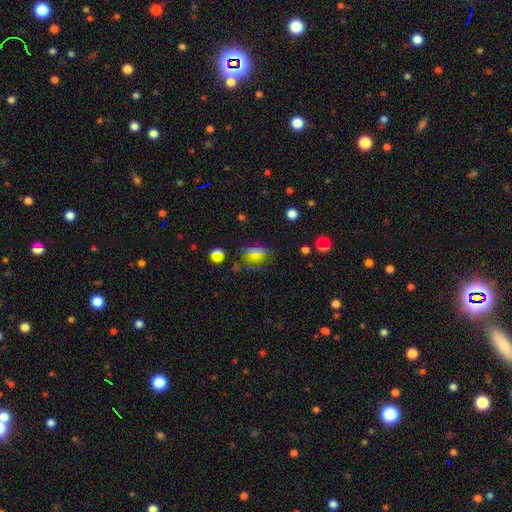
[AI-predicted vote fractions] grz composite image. It shows a smooth galaxy with no disk features (49%). Merging: none (60%).